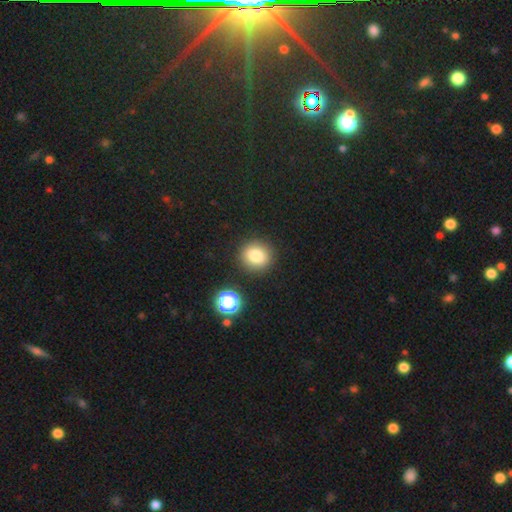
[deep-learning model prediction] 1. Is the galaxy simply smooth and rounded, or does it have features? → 81% smooth, 12% star or artifact, 7% featured or disk.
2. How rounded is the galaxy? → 86% round, 13% in between, 1% cigar-shaped.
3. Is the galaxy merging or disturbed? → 88% none, 7% minor disturbance, 3% merger, 2% major disturbance.